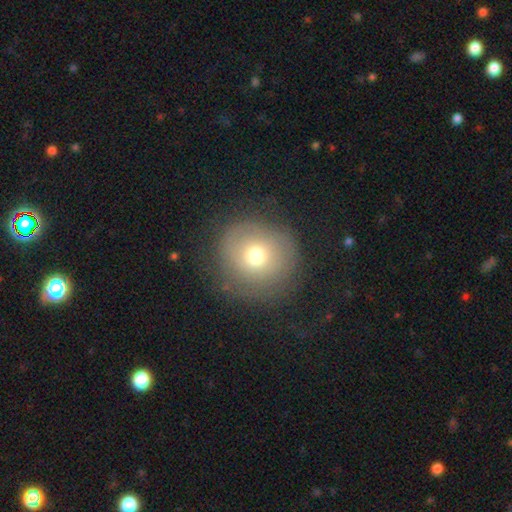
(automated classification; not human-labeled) Smooth or featured?
  - smooth: 68% *
  - featured or disk: 19%
  - star or artifact: 13%
How rounded?
  - round: 92% *
  - in between: 7%
  - cigar-shaped: 1%
Merging?
  - none: 76% *
  - minor disturbance: 15%
  - major disturbance: 8%
  - merger: 1%